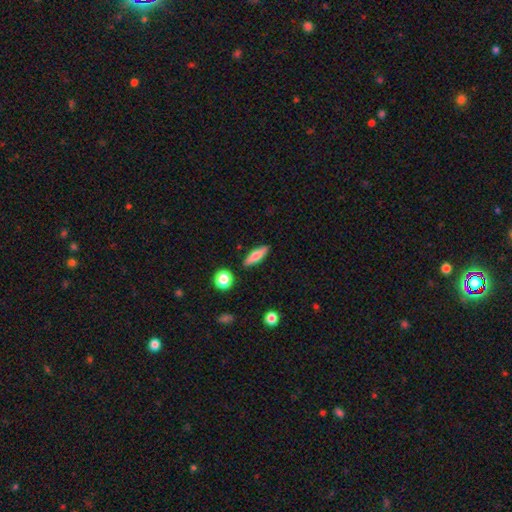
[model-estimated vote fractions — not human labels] Morphology: type=smooth (66%); roundness=cigar-shaped (56%); merging=none (87%).